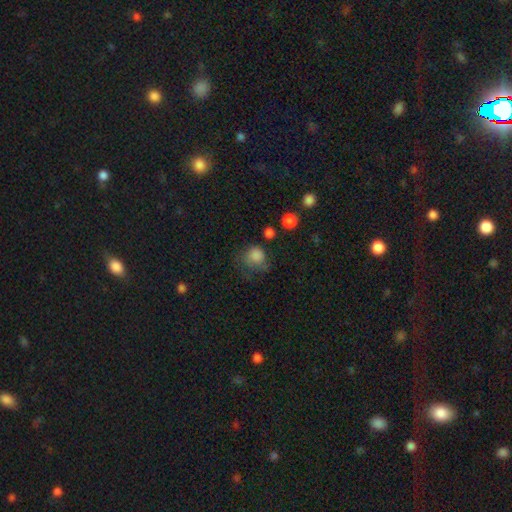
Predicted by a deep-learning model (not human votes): This is clearly a smooth galaxy (81%). How rounded: likely round (77%). Merging: possibly none (47%).